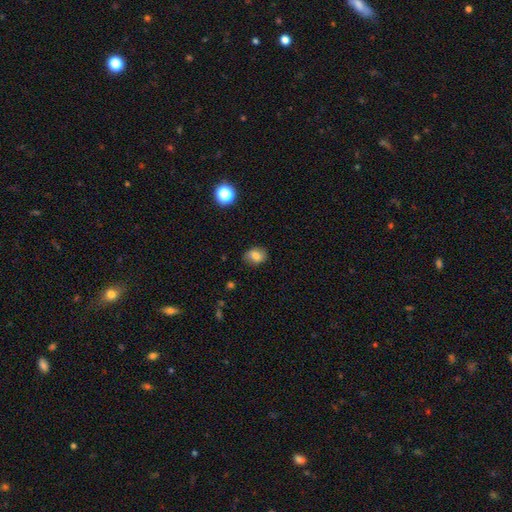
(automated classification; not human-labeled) The model was most divided on "how rounded": in between: 58%, round: 41%, cigar-shaped: 1%. More confident: merging — none (83%); smooth or featured — smooth (79%).